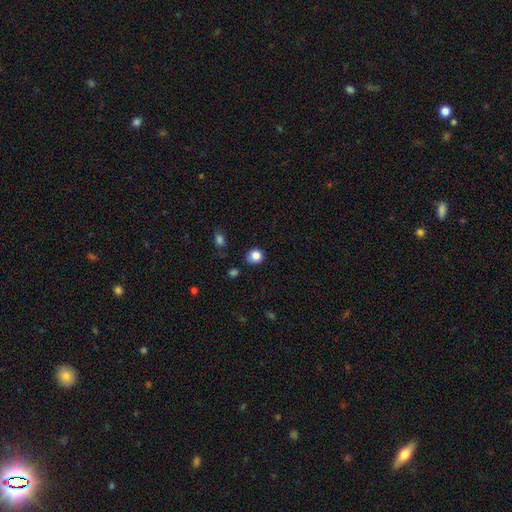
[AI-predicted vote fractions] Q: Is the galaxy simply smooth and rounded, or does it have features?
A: smooth — 84%.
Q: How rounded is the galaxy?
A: round — 76%.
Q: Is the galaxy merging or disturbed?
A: none — 76%.